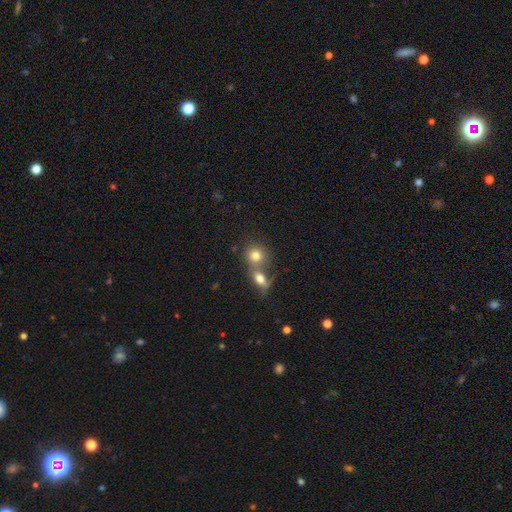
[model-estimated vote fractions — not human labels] Q: Smooth or featured?
A: smooth (79%); runner-up: featured or disk (11%)
Q: How rounded?
A: round (74%); runner-up: in between (25%)
Q: Merging?
A: merger (51%); runner-up: none (38%)